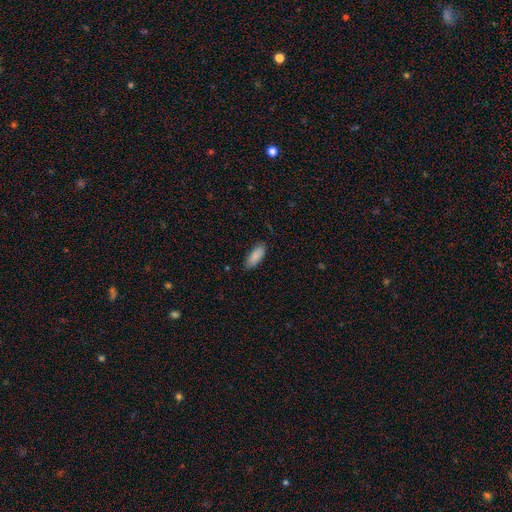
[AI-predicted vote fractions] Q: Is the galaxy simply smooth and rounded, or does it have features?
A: smooth — 89%.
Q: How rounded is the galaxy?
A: in between — 78%.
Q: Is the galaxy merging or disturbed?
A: none — 83%.